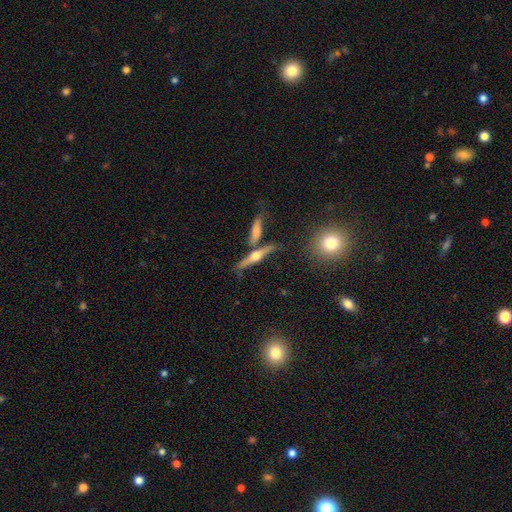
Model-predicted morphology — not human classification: This appears to be a featured or disk galaxy (69%) viewed edge-on (94%) with a rounded central bulge (92%). Merging: none (67%).